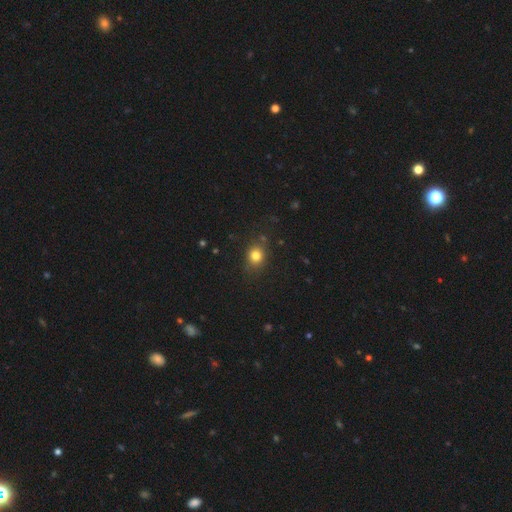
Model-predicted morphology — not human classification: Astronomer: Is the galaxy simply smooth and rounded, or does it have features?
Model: smooth — 80%.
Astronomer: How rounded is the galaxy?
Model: round — 70%.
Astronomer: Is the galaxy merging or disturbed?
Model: none — 82%.